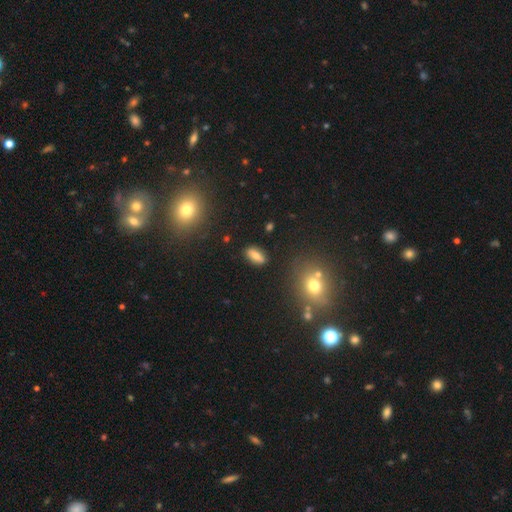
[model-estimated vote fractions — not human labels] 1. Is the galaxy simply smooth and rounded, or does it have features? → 75% smooth, 14% featured or disk, 11% star or artifact.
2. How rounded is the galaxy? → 81% in between, 13% cigar-shaped, 6% round.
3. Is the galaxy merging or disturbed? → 86% none, 9% minor disturbance, 3% major disturbance, 2% merger.